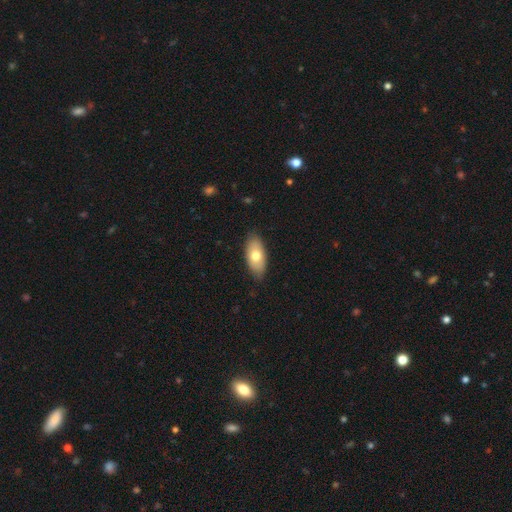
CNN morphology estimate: smooth-or-featured: smooth: 70% | featured or disk: 24% | star or artifact: 6%
  how-rounded: in between: 91% | cigar-shaped: 6% | round: 4%
  merging: none: 83% | minor disturbance: 13% | major disturbance: 2% | merger: 1%